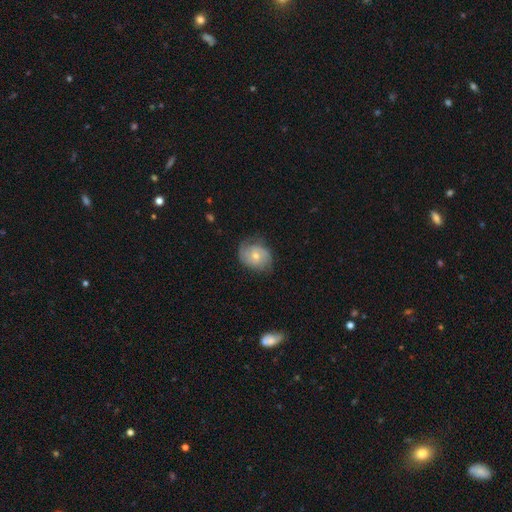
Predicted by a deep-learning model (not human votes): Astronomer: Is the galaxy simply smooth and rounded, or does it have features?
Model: featured or disk — 70%.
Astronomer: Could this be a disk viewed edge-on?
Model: no — 98%.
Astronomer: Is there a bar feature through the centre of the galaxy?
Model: no — 61%.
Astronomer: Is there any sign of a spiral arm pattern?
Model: yes — 92%.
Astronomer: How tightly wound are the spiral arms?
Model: tight — 50% (runner-up: medium, 38%).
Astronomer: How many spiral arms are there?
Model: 2 — 65%.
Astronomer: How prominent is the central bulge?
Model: moderate — 52% (runner-up: small, 42%).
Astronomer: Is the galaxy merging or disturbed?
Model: none — 70%.